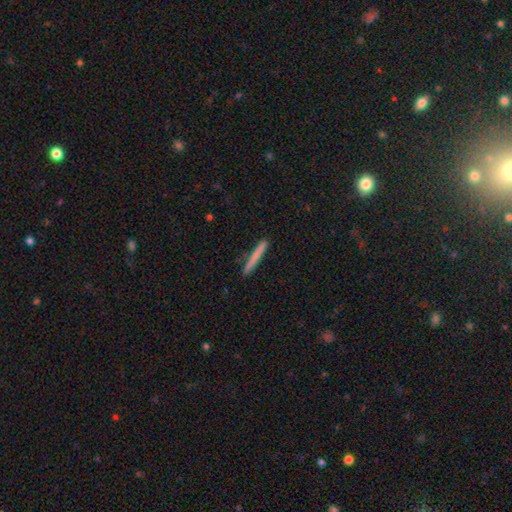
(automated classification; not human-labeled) Morphology: type=smooth (73%); roundness=cigar-shaped (97%); merging=none (90%).